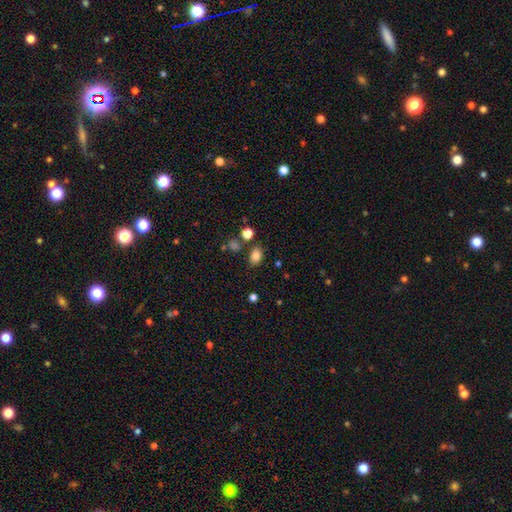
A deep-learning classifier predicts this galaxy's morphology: A smooth galaxy with no disk features (82%) that is in between round and cigar-shaped (75%).

Vote fractions:
- Smooth or featured? smooth: 82% / star or artifact: 12% / featured or disk: 6%
- How rounded? in between: 75% / round: 23% / cigar-shaped: 1%
- Merging? none: 76% / minor disturbance: 13% / merger: 7% / major disturbance: 4%